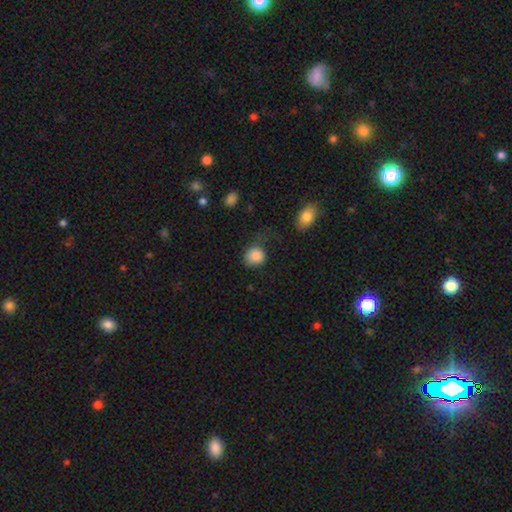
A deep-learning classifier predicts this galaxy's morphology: Q: Smooth or featured?
A: smooth (87%); runner-up: star or artifact (8%)
Q: How rounded?
A: round (79%); runner-up: in between (20%)
Q: Merging?
A: none (56%); runner-up: minor disturbance (26%)